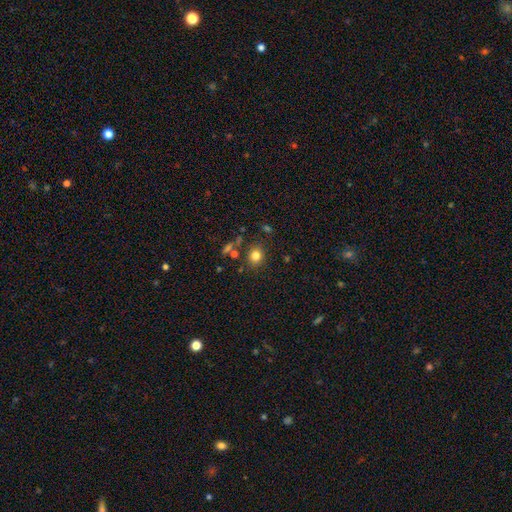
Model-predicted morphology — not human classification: Smooth or featured? smooth (81%)
How rounded? round (76%)
Merging? none (82%)